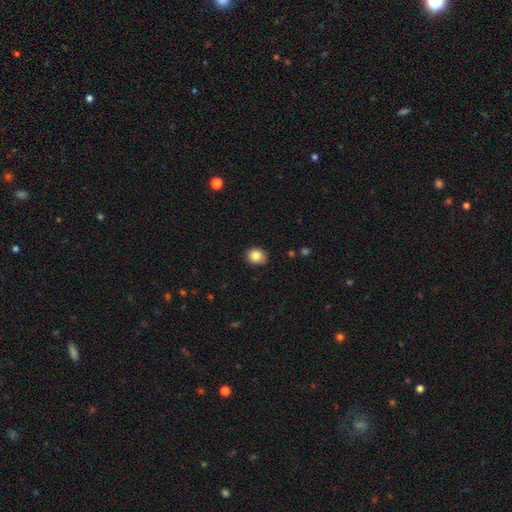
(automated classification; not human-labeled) smooth-or-featured: smooth: 85% | star or artifact: 9% | featured or disk: 5%
  how-rounded: round: 66% | in between: 34% | cigar-shaped: 1%
  merging: none: 78% | minor disturbance: 18% | major disturbance: 3% | merger: 1%